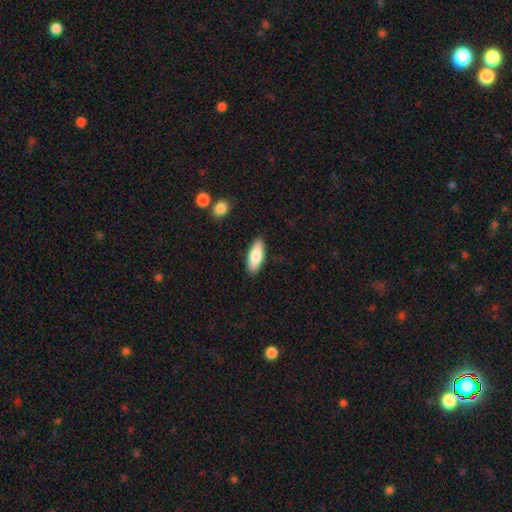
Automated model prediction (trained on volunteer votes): A smooth galaxy with no disk features (80%) that is in between round and cigar-shaped (70%).

Vote fractions:
- Smooth or featured? smooth: 80% / featured or disk: 14% / star or artifact: 6%
- How rounded? in between: 70% / cigar-shaped: 28% / round: 2%
- Merging? none: 88% / minor disturbance: 8% / major disturbance: 2% / merger: 1%